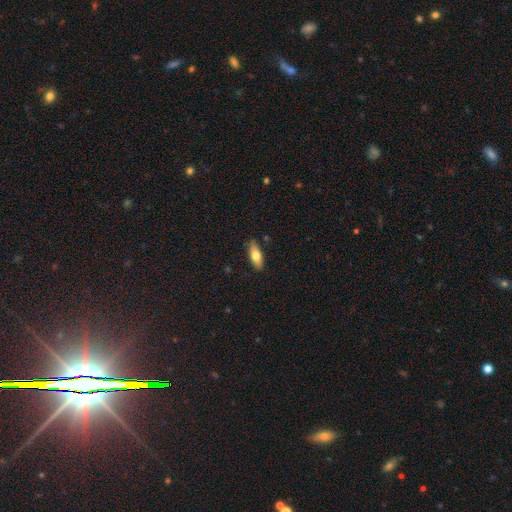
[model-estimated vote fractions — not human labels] Smooth or featured: smooth — 71% (featured or disk — 23%)
How rounded: in between — 66% (cigar-shaped — 32%)
Merging: none — 86% (minor disturbance — 11%)